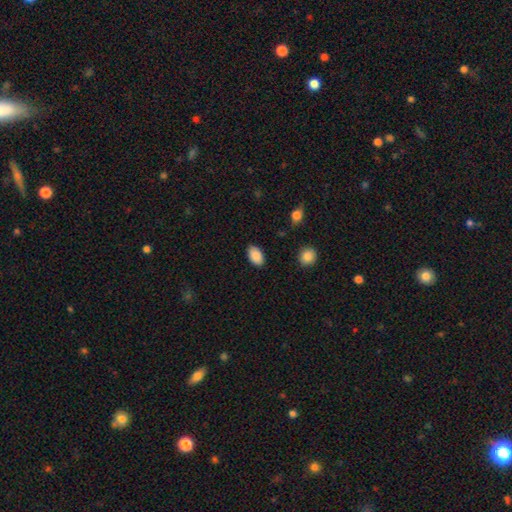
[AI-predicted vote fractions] Smooth or featured: smooth — 88% (star or artifact — 7%)
How rounded: in between — 92% (round — 7%)
Merging: none — 86% (minor disturbance — 10%)